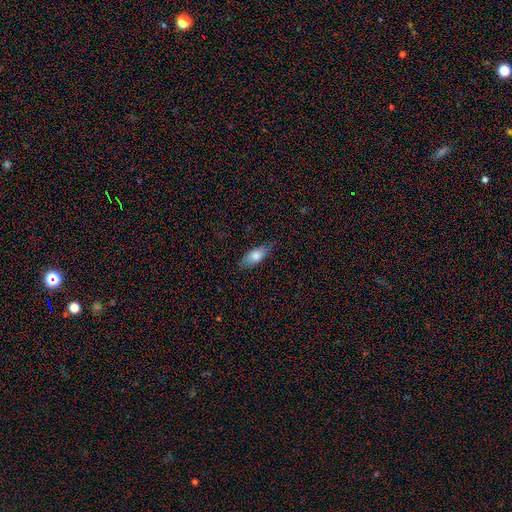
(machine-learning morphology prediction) Smooth or featured: smooth — 71% (featured or disk — 22%)
How rounded: in between — 77% (cigar-shaped — 19%)
Merging: none — 75% (minor disturbance — 20%)